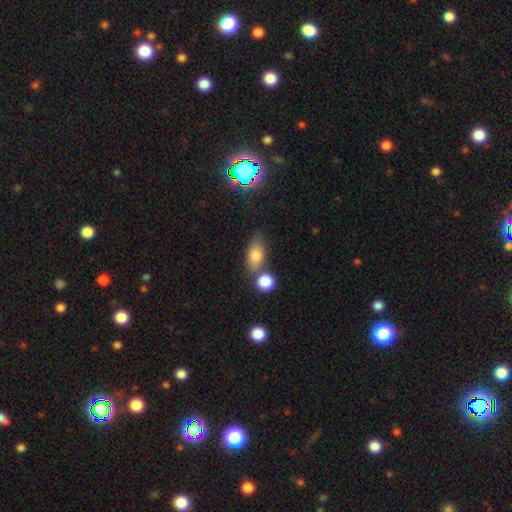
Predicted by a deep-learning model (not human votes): Overall: smooth (77%). How rounded: in between (84%). Merging: none (59%; merger 22%).